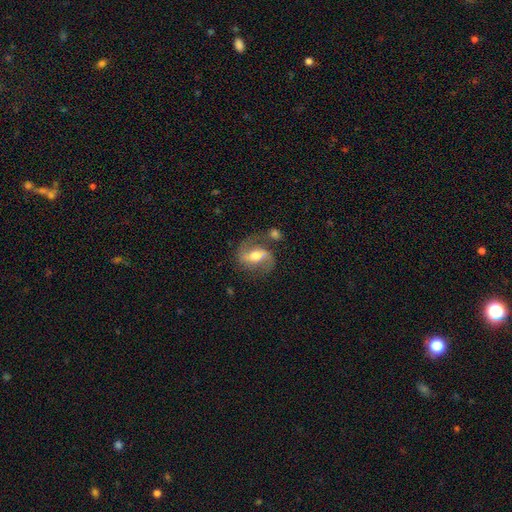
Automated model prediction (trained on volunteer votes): This is likely a featured or disk galaxy (80%). It is clearly not viewed edge-on (95%). Bar: marginally strong (44%). Spiral arm pattern: clearly yes (92%). Spiral arm count: clearly 2 (90%). Spiral winding: possibly medium (48%). Central bulge: likely moderate (68%). Merging: likely none (67%).